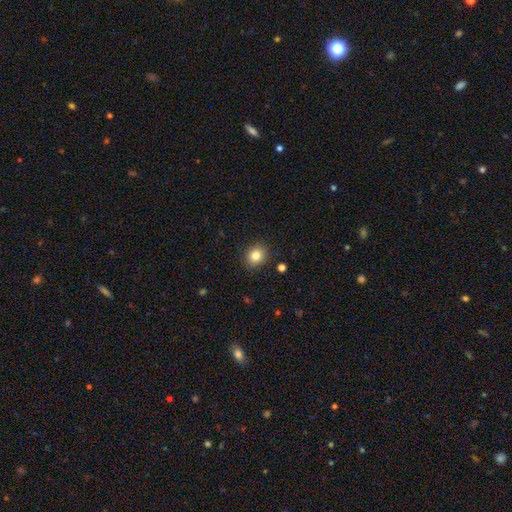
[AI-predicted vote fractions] smooth-or-featured: smooth: 83% | star or artifact: 10% | featured or disk: 7%
  how-rounded: round: 69% | in between: 30% | cigar-shaped: 1%
  merging: none: 89% | minor disturbance: 8% | major disturbance: 2% | merger: 1%